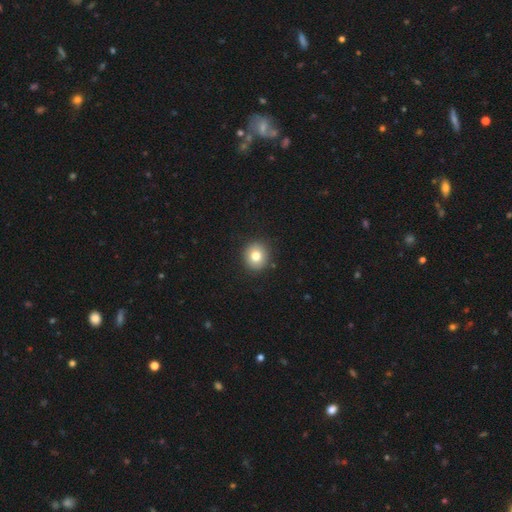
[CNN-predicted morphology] Smooth or featured?
  - smooth: 79% *
  - star or artifact: 10%
  - featured or disk: 10%
How rounded?
  - round: 86% *
  - in between: 13%
  - cigar-shaped: 1%
Merging?
  - none: 90% *
  - minor disturbance: 7%
  - major disturbance: 2%
  - merger: 1%